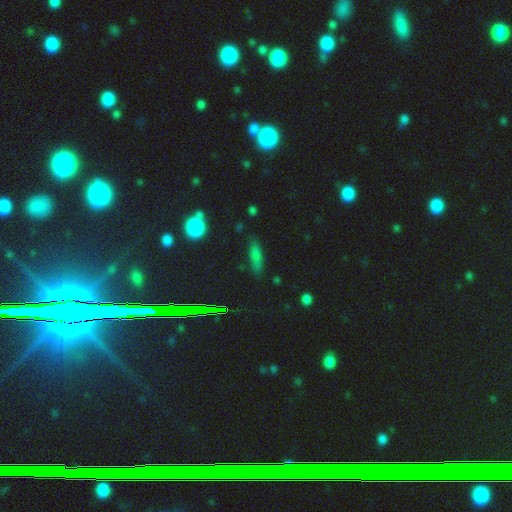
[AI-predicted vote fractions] Overall: smooth (67%). How rounded: cigar-shaped (64%; in between 31%). Merging: none (77%).